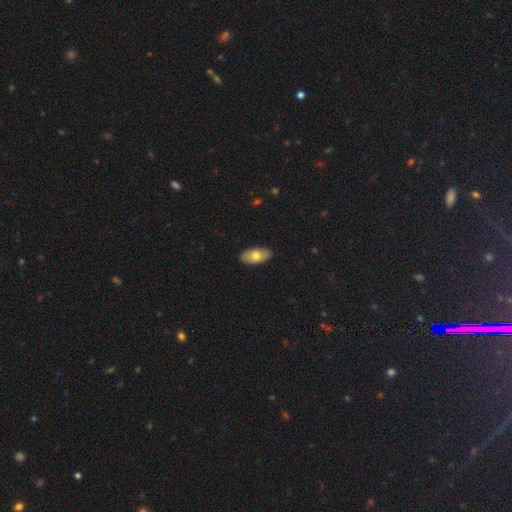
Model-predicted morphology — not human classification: Overall: smooth (69%). How rounded: in between (92%). Merging: none (89%).